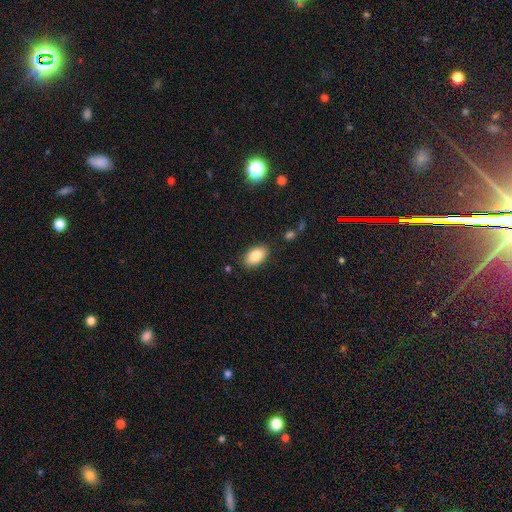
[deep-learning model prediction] This appears to be a smooth galaxy with no disk features (83%) that is in between round and cigar-shaped (92%). Merging: none (86%).